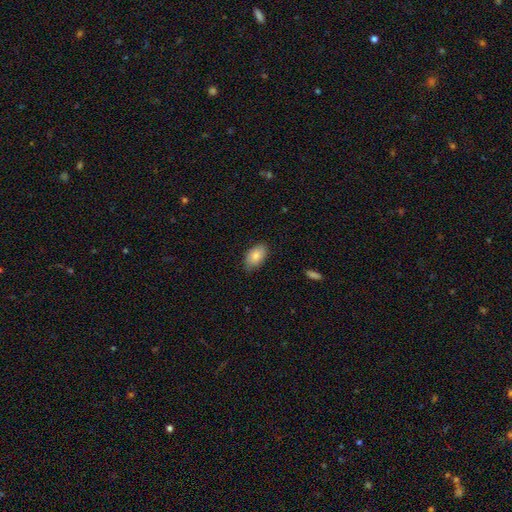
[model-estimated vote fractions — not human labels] This is clearly a smooth galaxy (84%). How rounded: clearly in between (92%). Merging: likely none (77%).